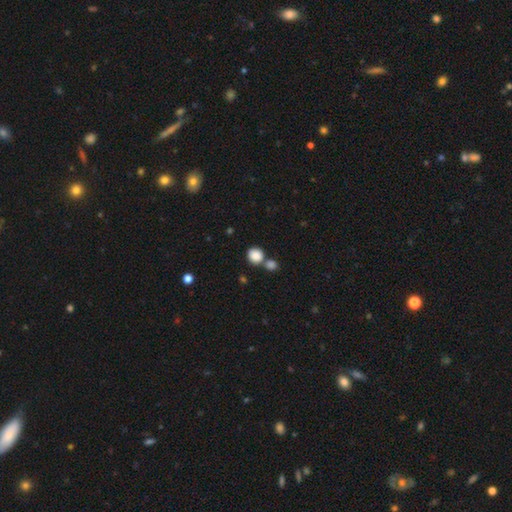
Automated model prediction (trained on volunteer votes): This appears to be a smooth galaxy with no disk features (87%) that is round (83%). Merging: none (56%).